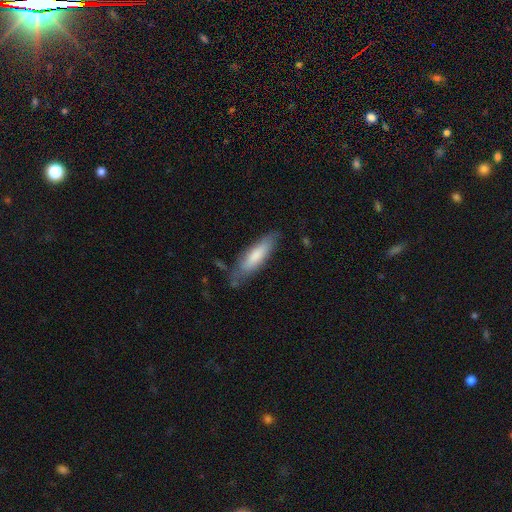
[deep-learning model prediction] smooth-or-featured: smooth: 74% | featured or disk: 20% | star or artifact: 5%
  how-rounded: cigar-shaped: 59% | in between: 40% | round: 1%
  merging: none: 69% | minor disturbance: 23% | major disturbance: 5% | merger: 3%